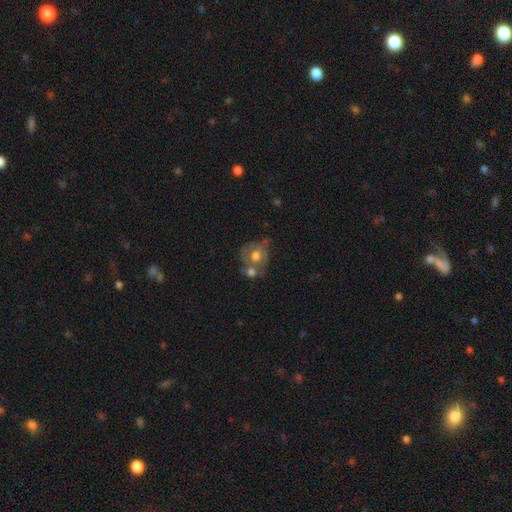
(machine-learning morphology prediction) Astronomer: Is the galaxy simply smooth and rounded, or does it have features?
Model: smooth — 49% (runner-up: featured or disk, 42%).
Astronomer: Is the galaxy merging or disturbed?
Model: merger — 42% (runner-up: none, 28%).